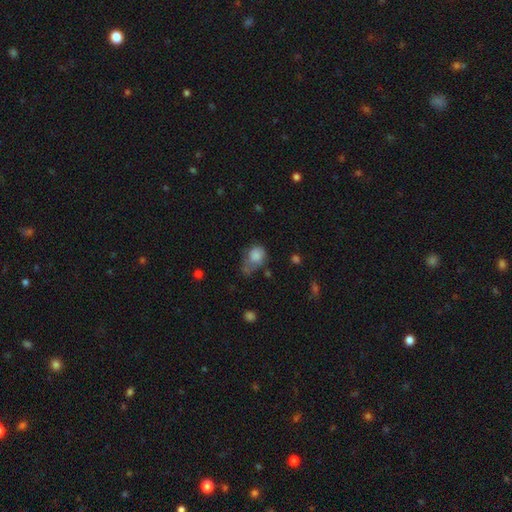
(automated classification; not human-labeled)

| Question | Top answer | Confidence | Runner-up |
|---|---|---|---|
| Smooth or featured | smooth | 80% | featured or disk (10%) |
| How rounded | in between | 51% | round (47%) |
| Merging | minor disturbance | 34% | none (28%) |